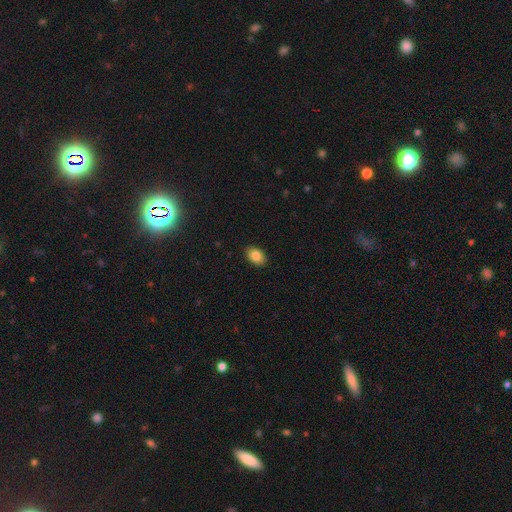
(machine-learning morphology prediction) smooth_or_featured: smooth (p=0.85) [alt: star or artifact p=0.08]
how_rounded: in between (p=0.85) [alt: round p=0.14]
merging: none (p=0.90) [alt: minor disturbance p=0.08]